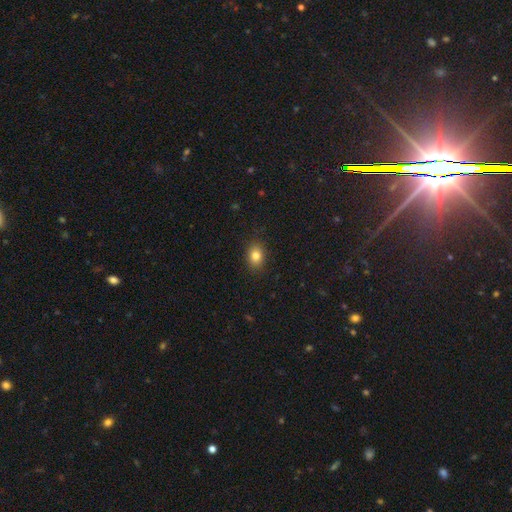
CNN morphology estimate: smooth-or-featured: smooth: 83% | star or artifact: 10% | featured or disk: 7%
  how-rounded: in between: 62% | round: 37% | cigar-shaped: 1%
  merging: none: 88% | minor disturbance: 9% | major disturbance: 2% | merger: 1%